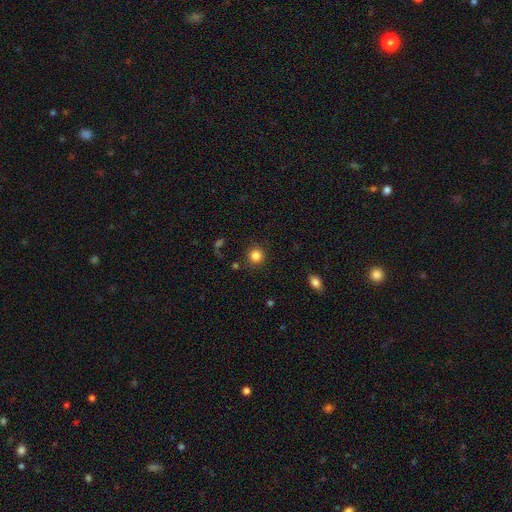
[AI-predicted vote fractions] A smooth galaxy with no disk features (84%) that is round (92%).

Vote fractions:
- Smooth or featured? smooth: 84% / star or artifact: 11% / featured or disk: 5%
- How rounded? round: 92% / in between: 7% / cigar-shaped: 1%
- Merging? none: 86% / minor disturbance: 8% / major disturbance: 3% / merger: 3%